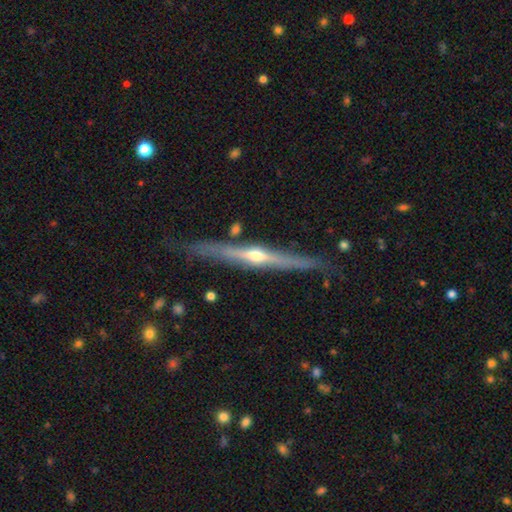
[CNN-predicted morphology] A featured or disk galaxy (83%) viewed edge-on (98%) with a rounded central bulge (88%). Merging: none (88%).